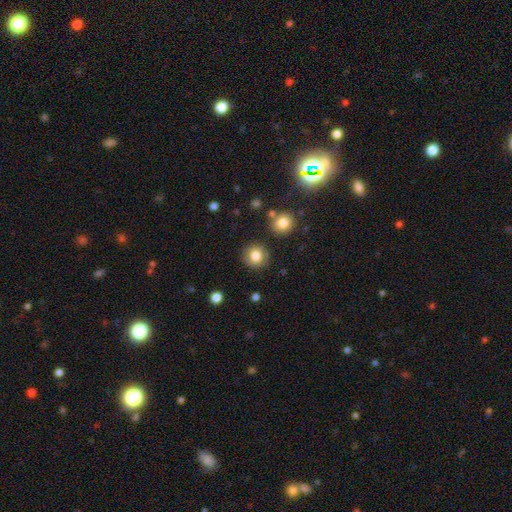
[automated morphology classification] smooth 82%, star or artifact 10%, featured or disk 8%. Down the decision tree: how rounded — round (90%); merging — none (87%).